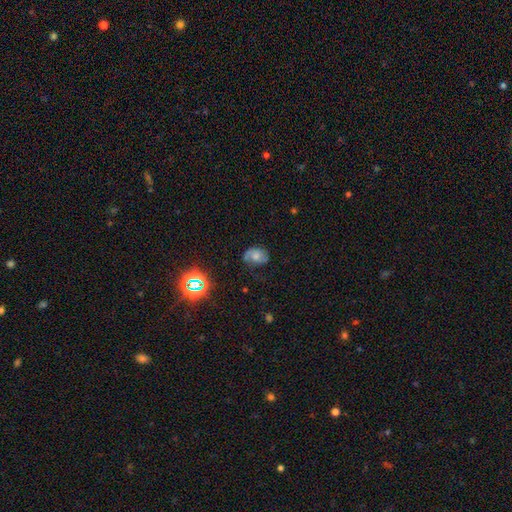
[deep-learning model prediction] Smooth or featured?
  - smooth: 42% * (tied)
  - featured or disk: 42% * (tied)
  - star or artifact: 16%
Merging?
  - none: 56% *
  - minor disturbance: 28%
  - major disturbance: 13%
  - merger: 3%